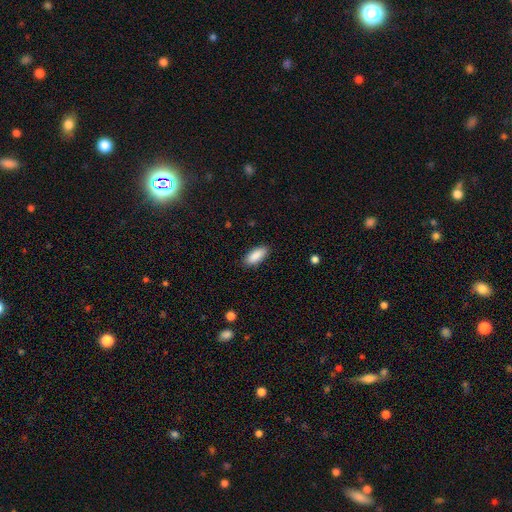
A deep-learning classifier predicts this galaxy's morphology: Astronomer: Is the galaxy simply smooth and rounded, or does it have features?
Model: smooth — 90%.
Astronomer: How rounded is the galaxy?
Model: in between — 84%.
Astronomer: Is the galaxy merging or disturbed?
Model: none — 88%.